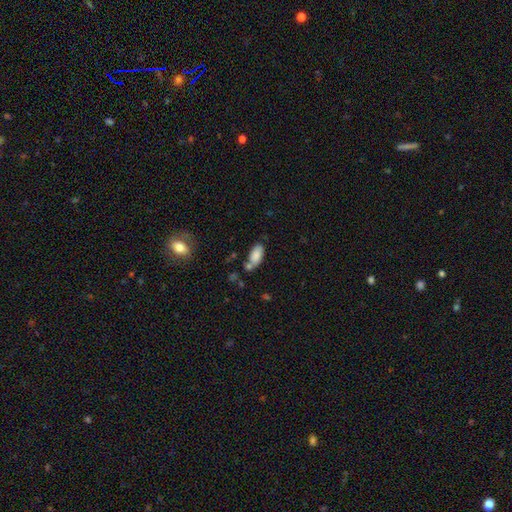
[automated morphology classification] type=smooth (83%); roundness=in between (90%); merging=none (53%).